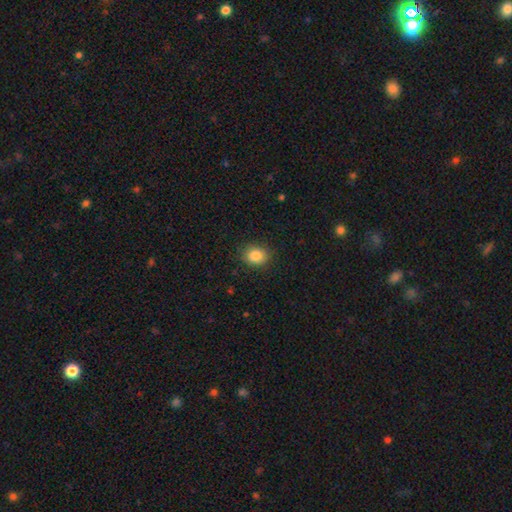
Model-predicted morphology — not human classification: A smooth galaxy with no disk features (85%) that is round (65%). Merging: none (87%).